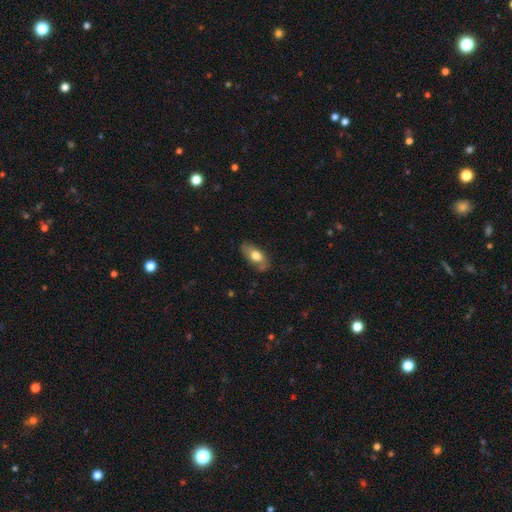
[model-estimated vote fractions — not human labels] smooth-or-featured: smooth: 67% | featured or disk: 27% | star or artifact: 6%
  how-rounded: in between: 83% | cigar-shaped: 12% | round: 5%
  merging: none: 72% | minor disturbance: 21% | major disturbance: 5% | merger: 2%